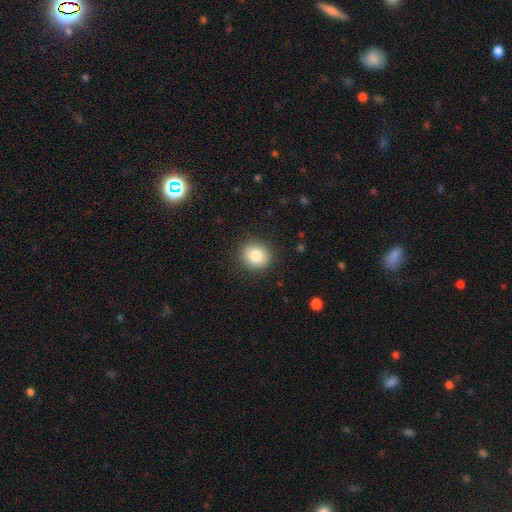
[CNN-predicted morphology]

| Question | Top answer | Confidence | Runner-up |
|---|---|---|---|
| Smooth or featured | smooth | 82% | star or artifact (9%) |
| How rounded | round | 80% | in between (20%) |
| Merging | none | 89% | minor disturbance (7%) |